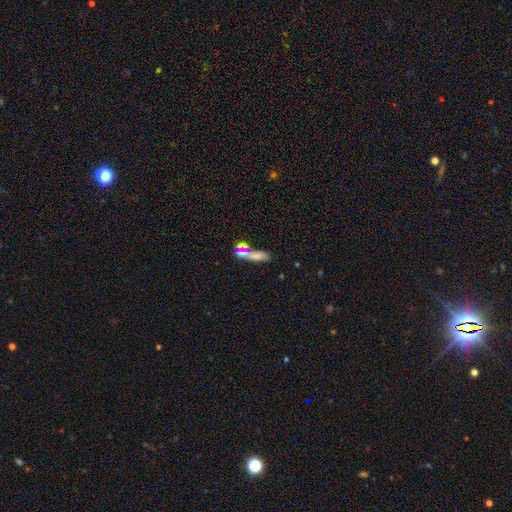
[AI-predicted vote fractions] This appears to be a smooth galaxy with no disk features (67%) that is cigar-shaped (47%). Merging: none (49%).